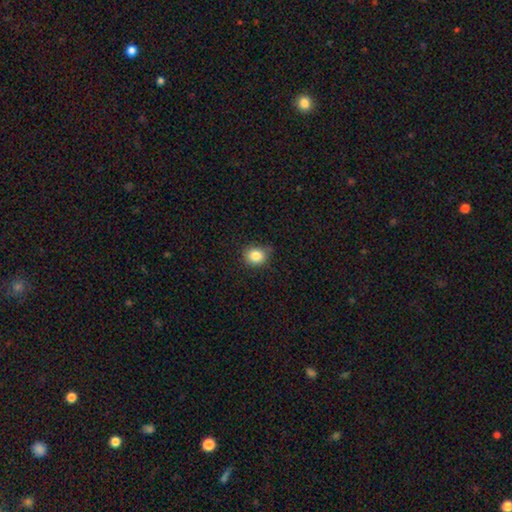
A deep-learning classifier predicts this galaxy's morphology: smooth-or-featured: smooth: 84% | star or artifact: 10% | featured or disk: 5%
  how-rounded: round: 75% | in between: 24% | cigar-shaped: 1%
  merging: none: 76% | minor disturbance: 19% | major disturbance: 3% | merger: 1%